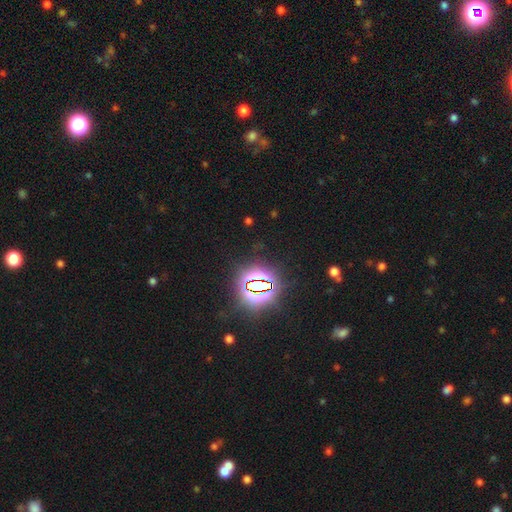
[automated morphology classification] Overall: star or artifact (82%).